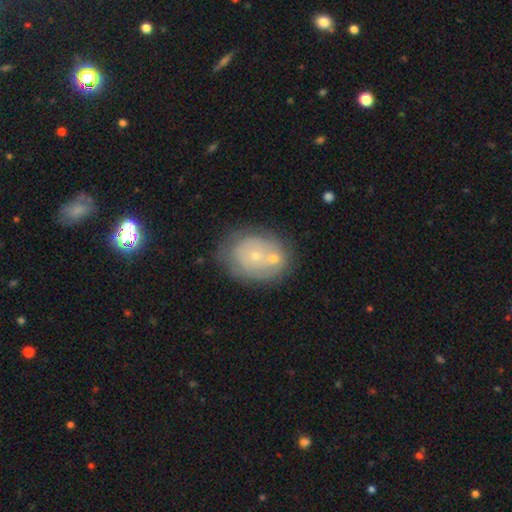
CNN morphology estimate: Smooth or featured?
  - featured or disk: 52% *
  - smooth: 39%
  - star or artifact: 9%
Edge-on disk?
  - no: 97% *
  - yes: 3%
Bar?
  - no: 90% *
  - weak: 8%
  - strong: 2%
Spiral arms?
  - no: 66% *
  - yes: 34%
Bulge size?
  - small: 72% *
  - moderate: 23%
  - none: 2%
  - large: 1%
  - dominant: 1%
Merging?
  - none: 42% *
  - merger: 32%
  - minor disturbance: 18%
  - major disturbance: 7%